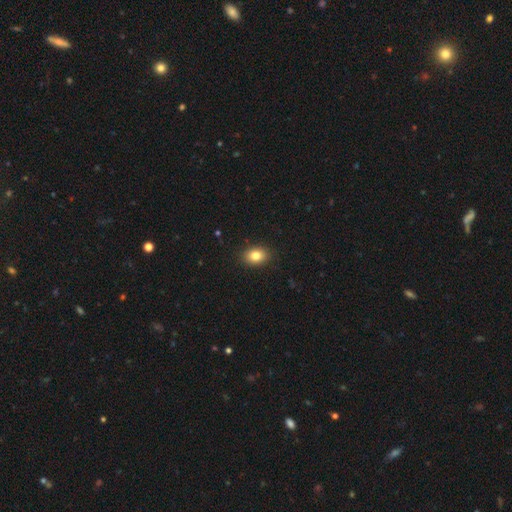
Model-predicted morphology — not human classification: type=smooth (82%); roundness=in between (72%); merging=none (90%).